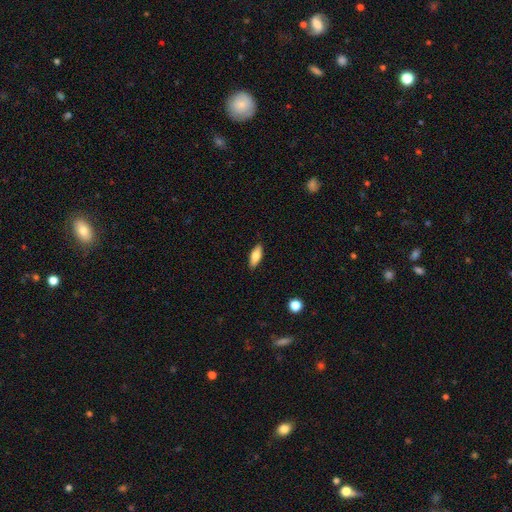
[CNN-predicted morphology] Smooth or featured: smooth — 77% (featured or disk — 16%)
How rounded: in between — 77% (cigar-shaped — 21%)
Merging: none — 88% (minor disturbance — 9%)